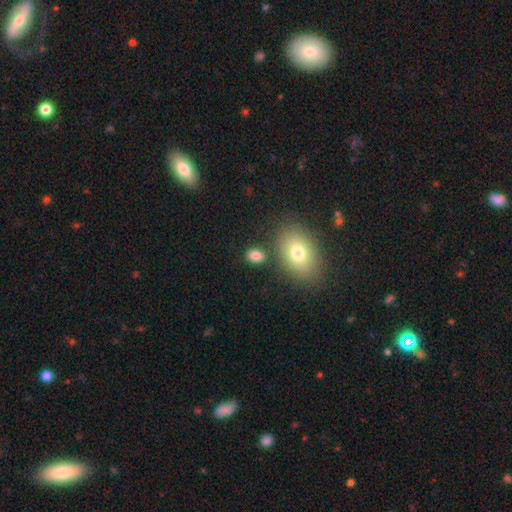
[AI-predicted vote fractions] Overall: smooth (83%). How rounded: in between (78%). Merging: none (75%).